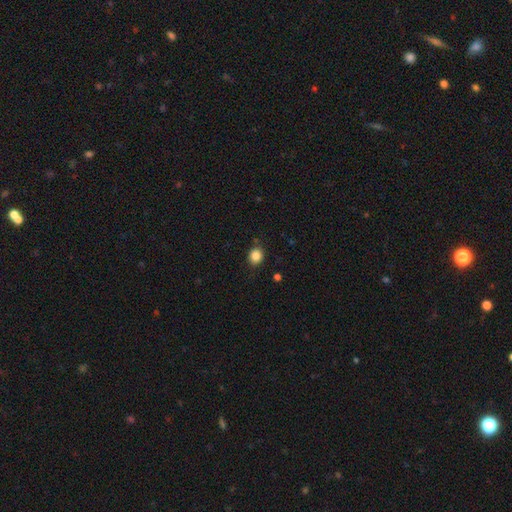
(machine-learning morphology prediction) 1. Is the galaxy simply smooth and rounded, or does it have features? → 85% smooth, 10% star or artifact, 4% featured or disk.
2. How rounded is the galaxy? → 70% round, 29% in between, 1% cigar-shaped.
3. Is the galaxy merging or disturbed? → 85% none, 10% minor disturbance, 3% major disturbance, 2% merger.